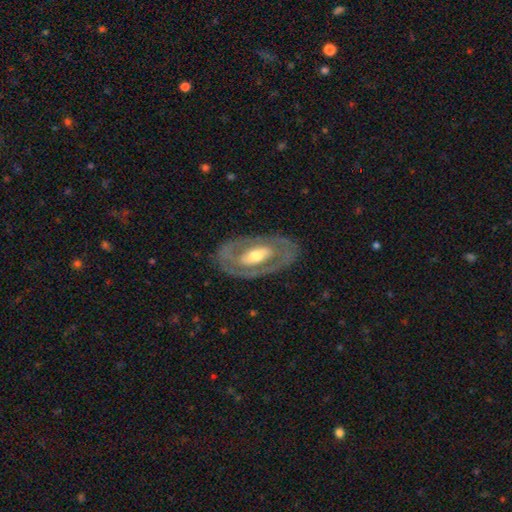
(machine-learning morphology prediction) smooth-or-featured: featured or disk: 71% | smooth: 24% | star or artifact: 5%
  disk-edge-on: no: 90% | yes: 10%
    bar: no: 46% | weak: 28% | strong: 27%
    has-spiral-arms: no: 63% | yes: 37%
    bulge-size: moderate: 62% | small: 21% | large: 14% | dominant: 1% | none: 1%
  merging: none: 80% | minor disturbance: 12% | major disturbance: 6% | merger: 1%